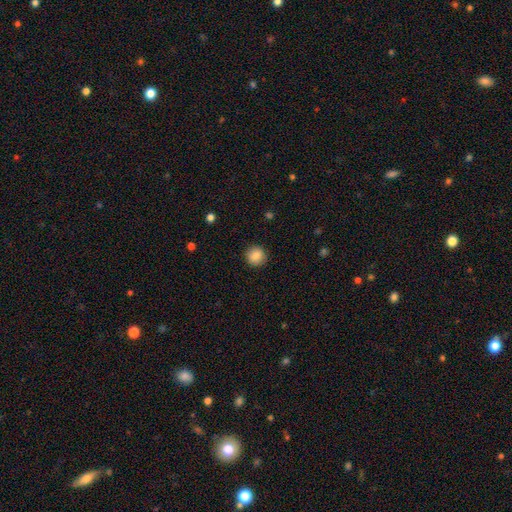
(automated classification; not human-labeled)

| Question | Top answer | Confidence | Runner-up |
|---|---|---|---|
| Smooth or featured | smooth | 86% | star or artifact (9%) |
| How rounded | round | 94% | in between (6%) |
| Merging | none | 90% | minor disturbance (7%) |